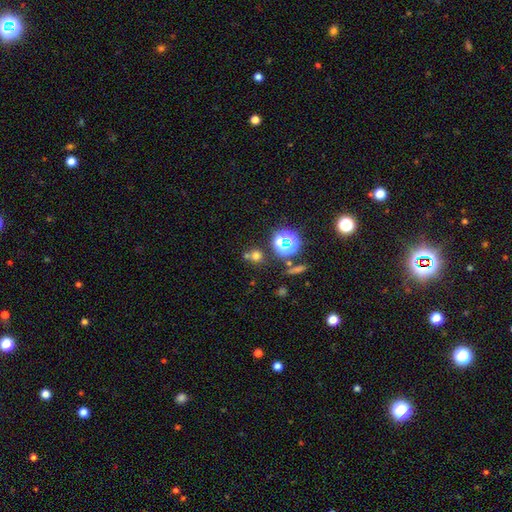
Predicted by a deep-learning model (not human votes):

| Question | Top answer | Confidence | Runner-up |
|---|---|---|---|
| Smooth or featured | smooth | 60% | star or artifact (30%) |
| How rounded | round | 87% | in between (12%) |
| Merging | none | 63% | merger (25%) |